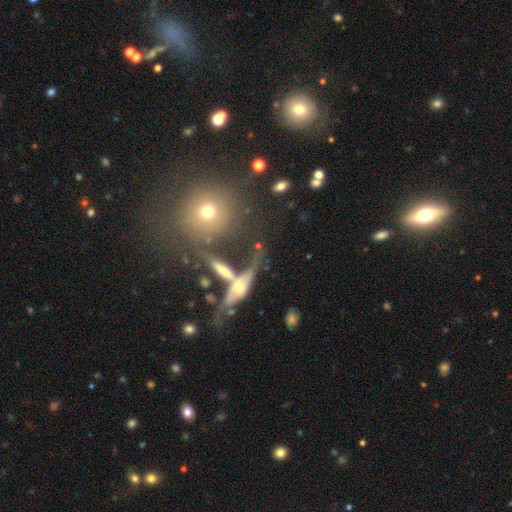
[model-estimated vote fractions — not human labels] smooth-or-featured: featured or disk: 39% | smooth: 31% | star or artifact: 30%
  merging: none: 65% | merger: 17% | minor disturbance: 12% | major disturbance: 7%